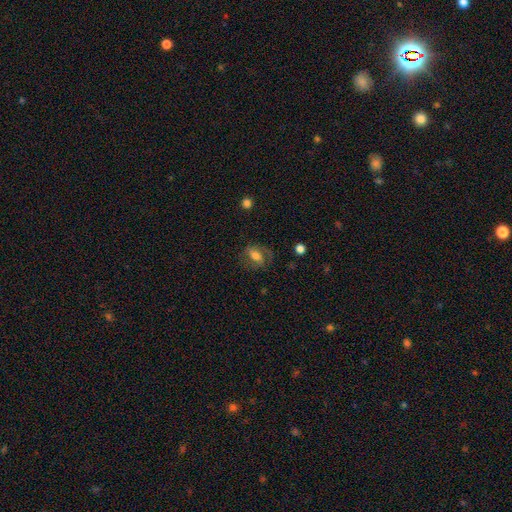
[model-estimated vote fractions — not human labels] smooth 46%, featured or disk 45%, star or artifact 9%. Down the decision tree: merging — none (67%).